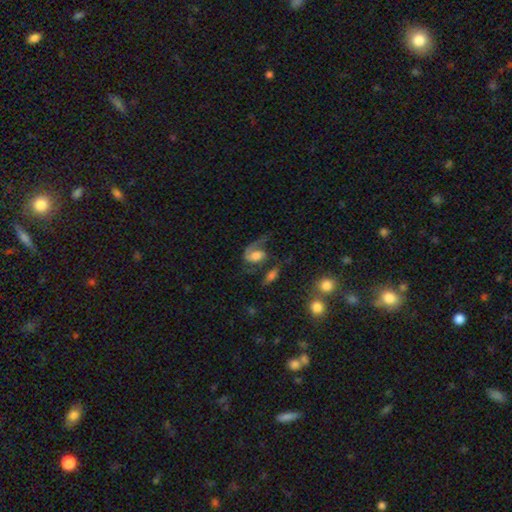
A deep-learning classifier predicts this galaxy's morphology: smooth-or-featured: featured or disk: 65% | smooth: 26% | star or artifact: 9%
  disk-edge-on: no: 96% | yes: 4%
    bar: no: 52% | weak: 35% | strong: 13%
    has-spiral-arms: yes: 89% | no: 11%
      spiral-winding: loose: 45% | medium: 40% | tight: 14%
      spiral-arm-count: 2: 50% | 1: 43% | can't tell: 4% | 3: 1% | 4: 1% | more than 4: 1%
    bulge-size: moderate: 38% | large: 33% | small: 15% | none: 9% | dominant: 5%
  merging: none: 36% | major disturbance: 33% | minor disturbance: 16% | merger: 14%